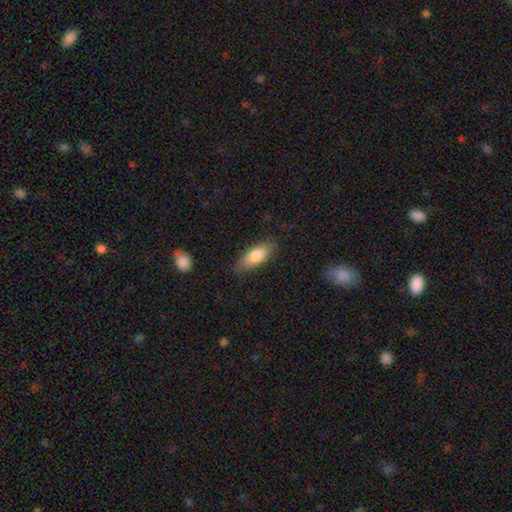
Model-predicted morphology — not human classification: This appears to be a smooth galaxy with no disk features (80%) that is in between round and cigar-shaped (77%). Merging: none (78%).